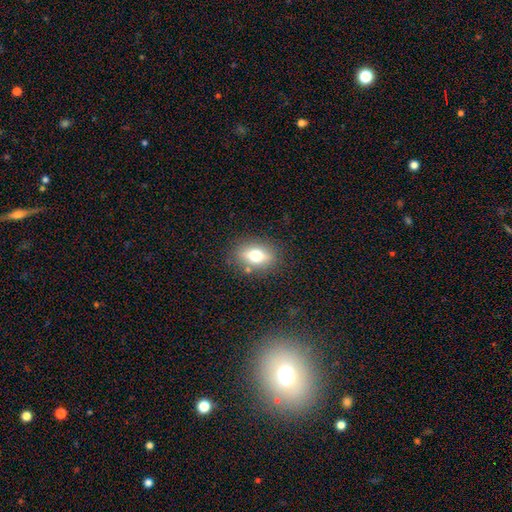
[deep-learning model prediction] This appears to be a smooth galaxy with no disk features (66%) that is in between round and cigar-shaped (73%). Merging: none (82%).